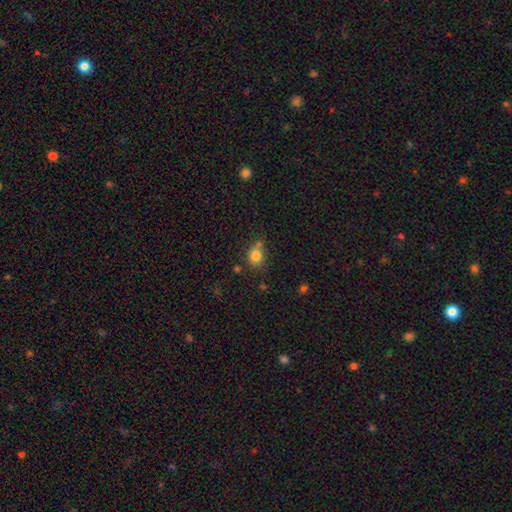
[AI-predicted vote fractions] A smooth galaxy with no disk features (81%) that is round (59%).

Vote fractions:
- Smooth or featured? smooth: 81% / star or artifact: 11% / featured or disk: 8%
- How rounded? round: 59% / in between: 40% / cigar-shaped: 1%
- Merging? none: 60% / merger: 19% / minor disturbance: 17% / major disturbance: 5%